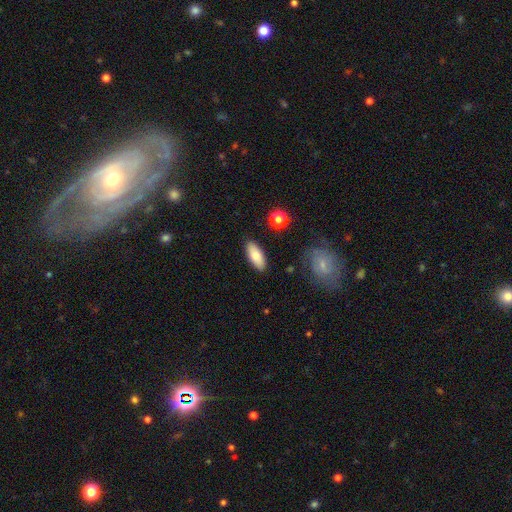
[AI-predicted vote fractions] Overall: smooth (80%). How rounded: in between (80%). Merging: none (87%).